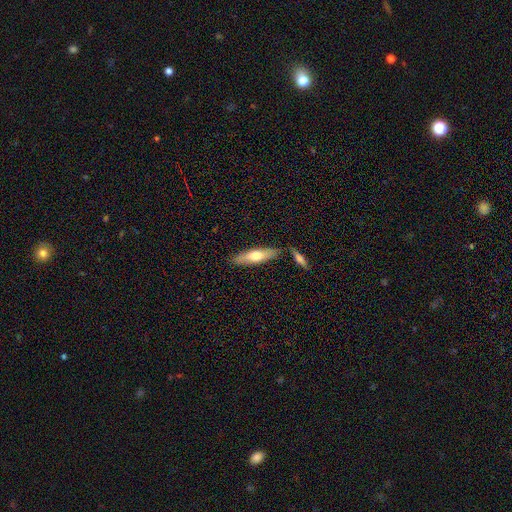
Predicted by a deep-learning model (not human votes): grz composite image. It shows a smooth galaxy with no disk features (60%) that is cigar-shaped (68%). Merging: none (79%).